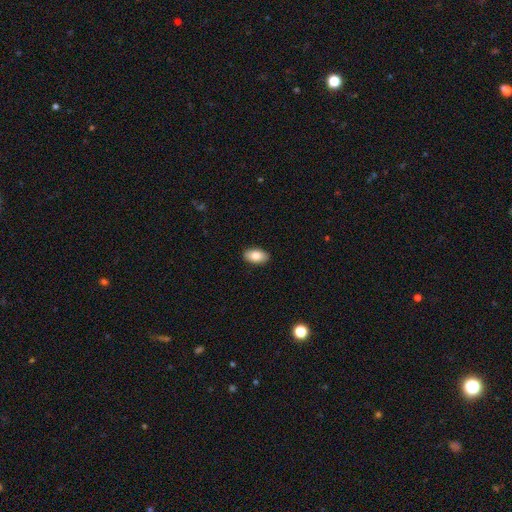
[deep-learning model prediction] This is clearly a smooth galaxy (83%). How rounded: clearly in between (93%). Merging: clearly none (90%).